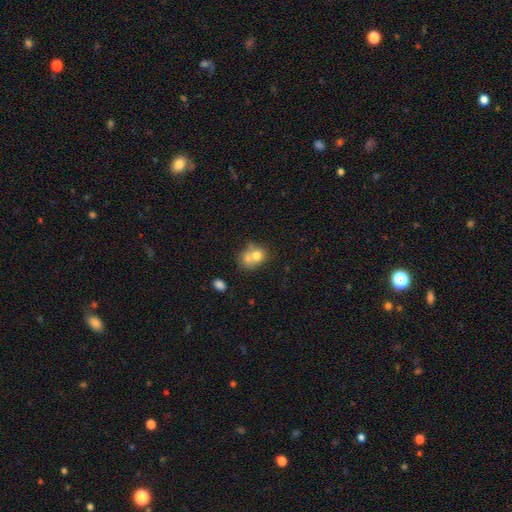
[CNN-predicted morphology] A smooth galaxy with no disk features (71%) that is round (60%).

Vote fractions:
- Smooth or featured? smooth: 71% / featured or disk: 19% / star or artifact: 10%
- How rounded? round: 60% / in between: 39% / cigar-shaped: 1%
- Merging? merger: 58% / none: 27% / minor disturbance: 10% / major disturbance: 5%